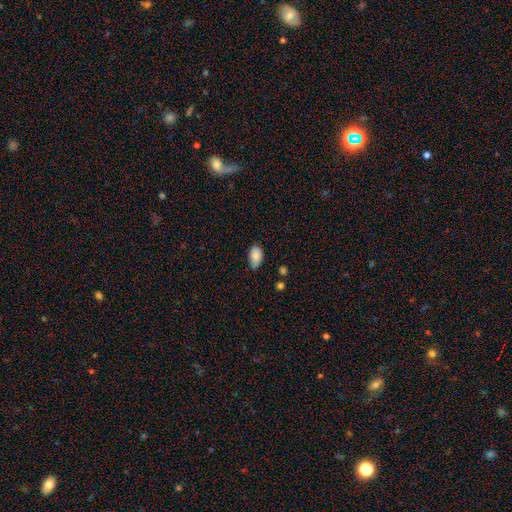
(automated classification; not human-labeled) Smooth or featured: smooth — 86% (star or artifact — 8%)
How rounded: in between — 93% (round — 6%)
Merging: none — 63% (minor disturbance — 30%)